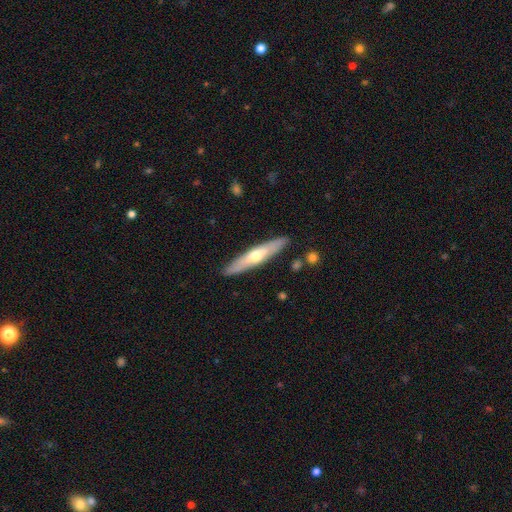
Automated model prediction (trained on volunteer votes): Smooth or featured? featured or disk (54%)
Edge-on disk? yes (83%)
Merging? none (89%)